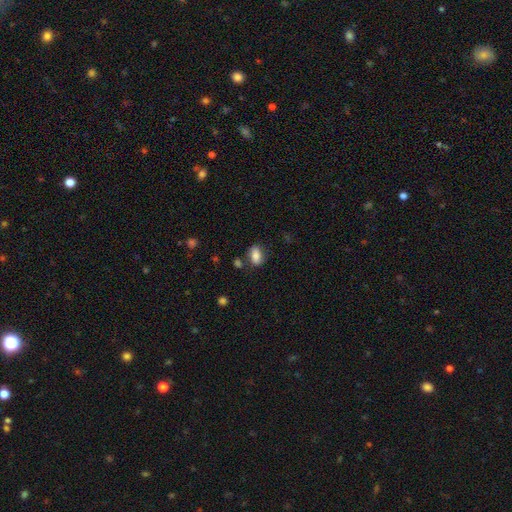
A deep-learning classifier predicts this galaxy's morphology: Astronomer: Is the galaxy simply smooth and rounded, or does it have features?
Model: smooth — 75%.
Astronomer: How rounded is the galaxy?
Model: in between — 84%.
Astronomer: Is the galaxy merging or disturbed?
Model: none — 67%.